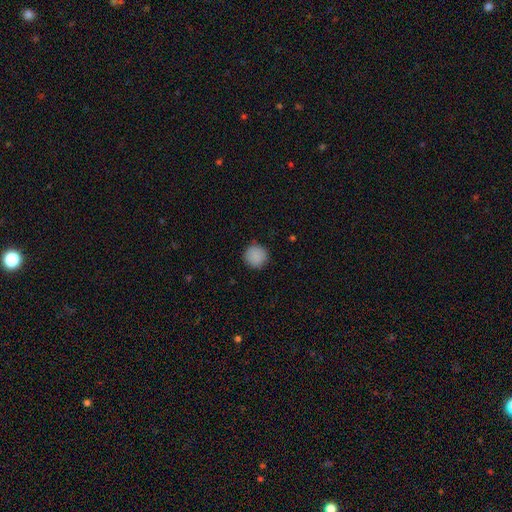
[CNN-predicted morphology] type=smooth (89%); roundness=round (95%); merging=none (90%).